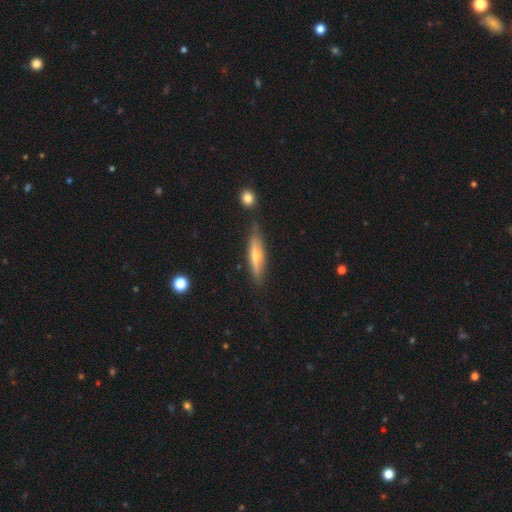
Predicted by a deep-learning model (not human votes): A featured or disk galaxy (54%) viewed edge-on (90%). Merging: none (79%).